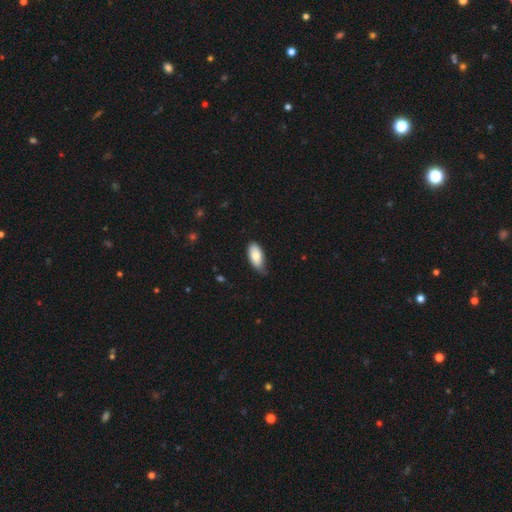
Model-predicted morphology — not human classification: smooth-or-featured: smooth: 76% | featured or disk: 18% | star or artifact: 6%
  how-rounded: in between: 92% | cigar-shaped: 5% | round: 3%
  merging: none: 53% | minor disturbance: 39% | major disturbance: 6% | merger: 2%